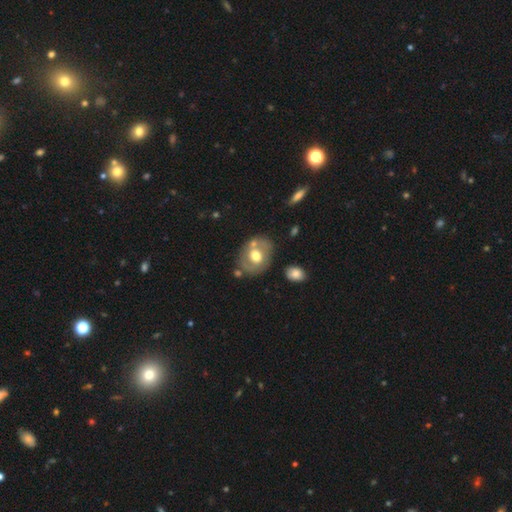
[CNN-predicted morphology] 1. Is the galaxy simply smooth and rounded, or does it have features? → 47% featured or disk, 46% smooth, 7% star or artifact.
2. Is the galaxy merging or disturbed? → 66% none, 16% minor disturbance, 12% merger, 6% major disturbance.